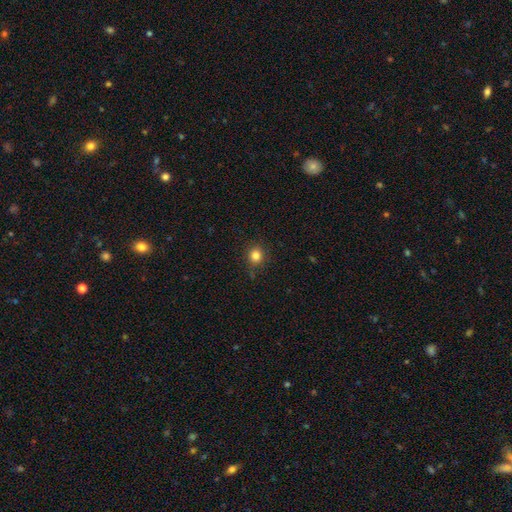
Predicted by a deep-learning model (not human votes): smooth 83%, star or artifact 12%, featured or disk 5%. Down the decision tree: how rounded — round (83%); merging — none (85%).